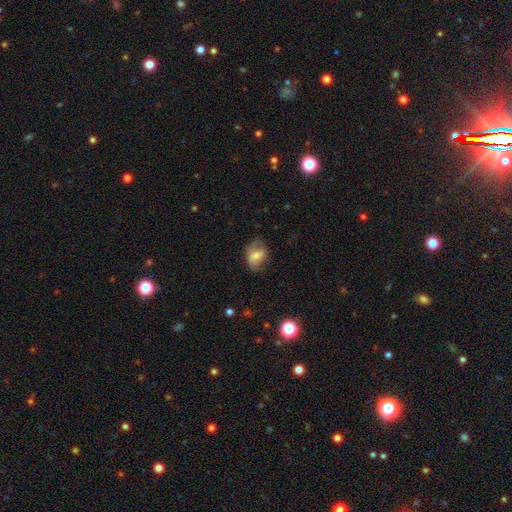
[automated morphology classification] A smooth galaxy with no disk features (59%) that is in between round and cigar-shaped (68%). Merging: none (60%).